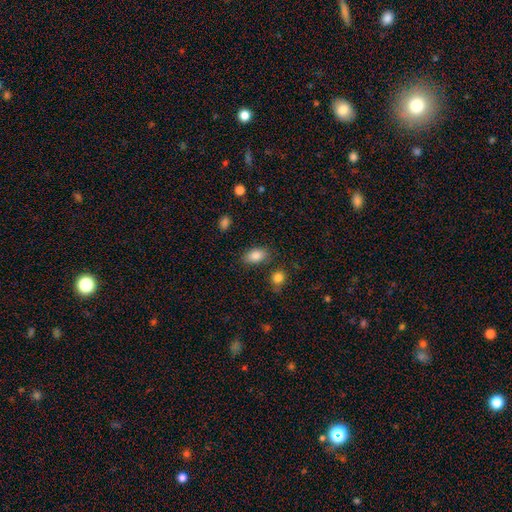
Smooth or featured? 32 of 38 (84%) said smooth. How rounded? 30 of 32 (94%) said in between. Merging? 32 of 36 (89%) said none.